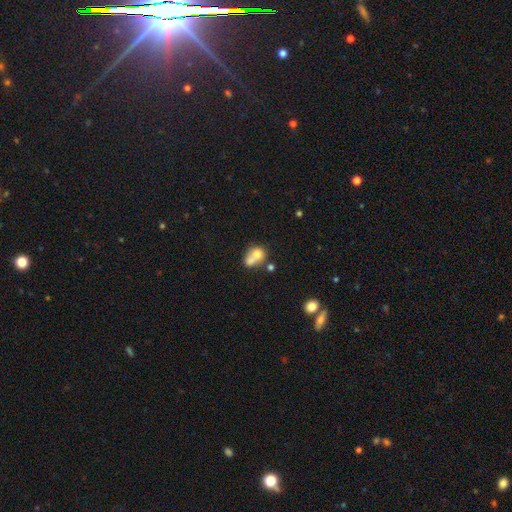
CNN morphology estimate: A smooth galaxy with no disk features (68%) that is round (52%). Merging: merger (59%).